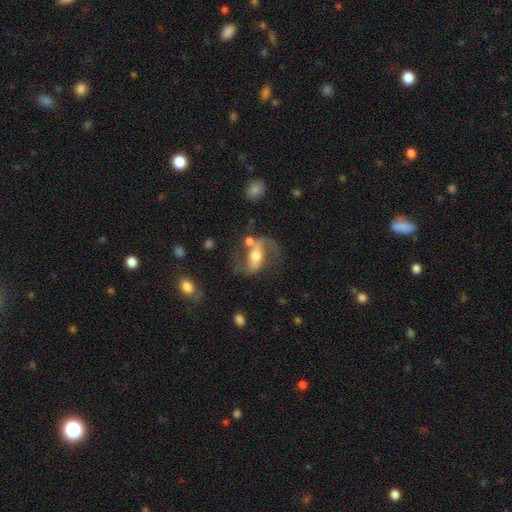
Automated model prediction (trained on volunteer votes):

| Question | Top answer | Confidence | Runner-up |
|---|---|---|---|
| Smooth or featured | featured or disk | 76% | smooth (17%) |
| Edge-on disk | no | 93% | yes (7%) |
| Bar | strong | 47% | weak (31%) |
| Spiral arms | yes | 88% | no (12%) |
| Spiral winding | loose | 47% | medium (43%) |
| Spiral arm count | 2 | 83% | 1 (10%) |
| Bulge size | moderate | 64% | small (17%) |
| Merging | none | 50% | major disturbance (19%) |